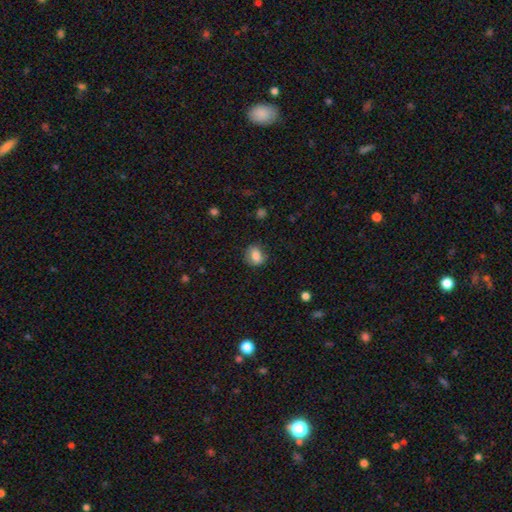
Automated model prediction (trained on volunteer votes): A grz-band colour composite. It shows a smooth galaxy with no disk features (82%) that is in between round and cigar-shaped (51%). Merging: none (72%).